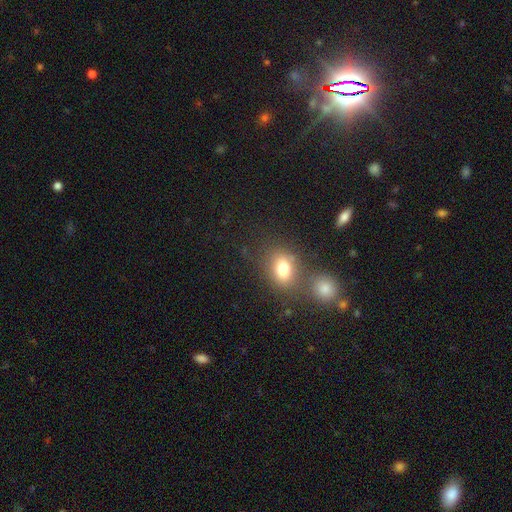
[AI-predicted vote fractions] Smooth or featured: smooth — 50% (star or artifact — 39%)
How rounded: round — 63% (in between — 35%)
Merging: none — 59% (merger — 29%)